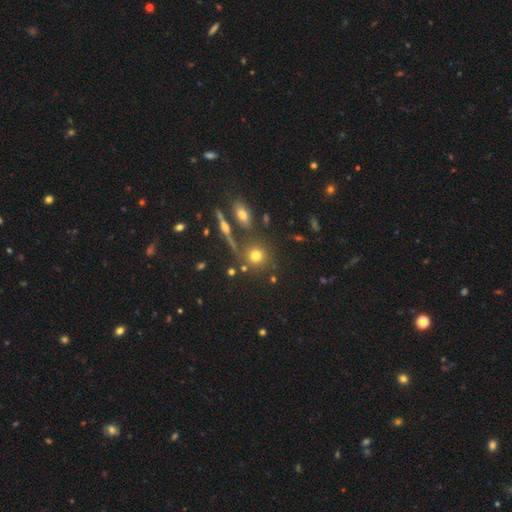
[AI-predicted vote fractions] Smooth or featured? smooth (69%)
How rounded? round (87%)
Merging? none (74%)